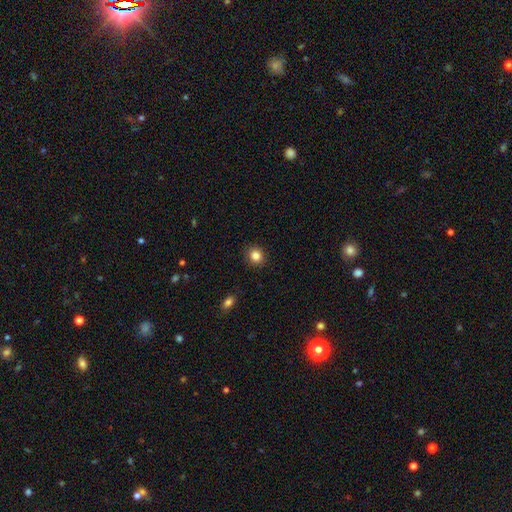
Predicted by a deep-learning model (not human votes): Smooth or featured? Predicted: smooth (p=0.84). How rounded? Predicted: round (p=0.81). Merging? Predicted: none (p=0.90).